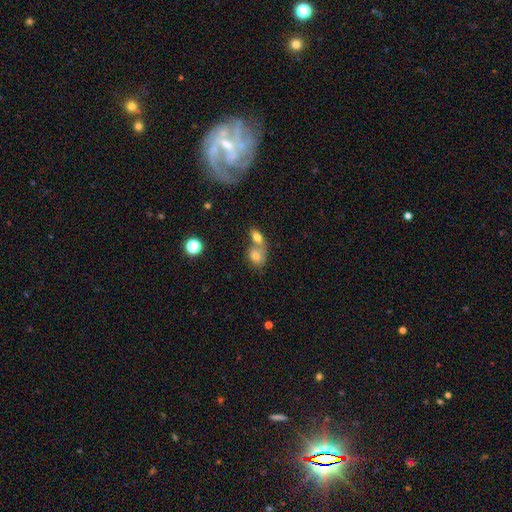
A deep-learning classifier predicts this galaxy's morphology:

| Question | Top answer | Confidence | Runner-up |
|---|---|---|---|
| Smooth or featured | smooth | 73% | featured or disk (16%) |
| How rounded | in between | 60% | round (38%) |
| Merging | merger | 61% | none (28%) |